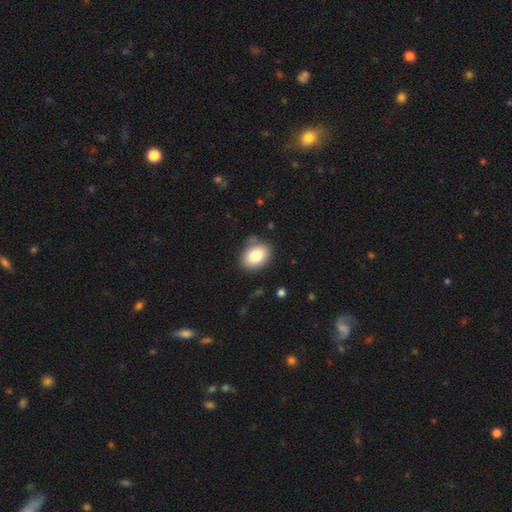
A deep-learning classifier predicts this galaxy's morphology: This is clearly a smooth galaxy (86%). How rounded: likely in between (78%). Merging: likely none (79%).